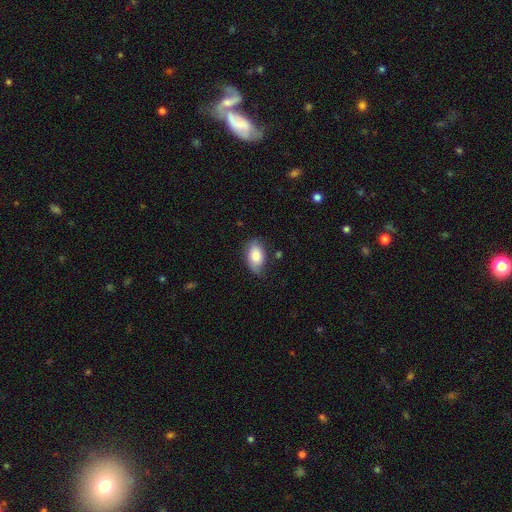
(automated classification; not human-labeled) A smooth galaxy with no disk features (81%) that is in between round and cigar-shaped (92%).

Vote fractions:
- Smooth or featured? smooth: 81% / featured or disk: 12% / star or artifact: 7%
- How rounded? in between: 92% / round: 7% / cigar-shaped: 2%
- Merging? none: 67% / minor disturbance: 26% / major disturbance: 5% / merger: 2%